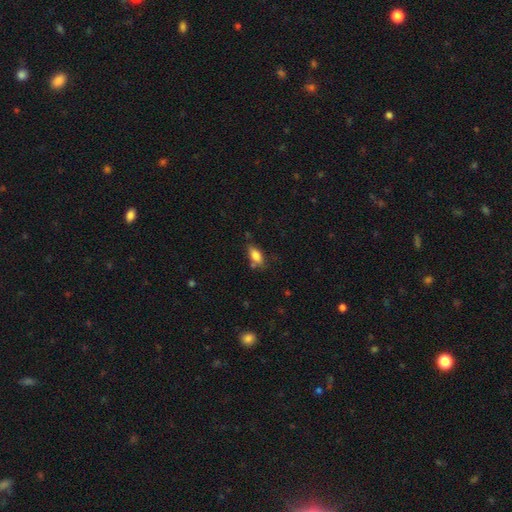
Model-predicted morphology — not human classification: A smooth galaxy with no disk features (81%) that is in between round and cigar-shaped (85%). Merging: none (66%).